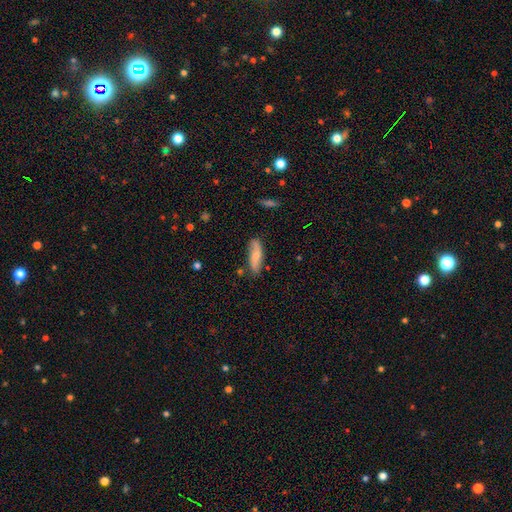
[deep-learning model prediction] This is possibly a smooth galaxy (59%). How rounded: possibly cigar-shaped (52%). Merging: likely none (74%).